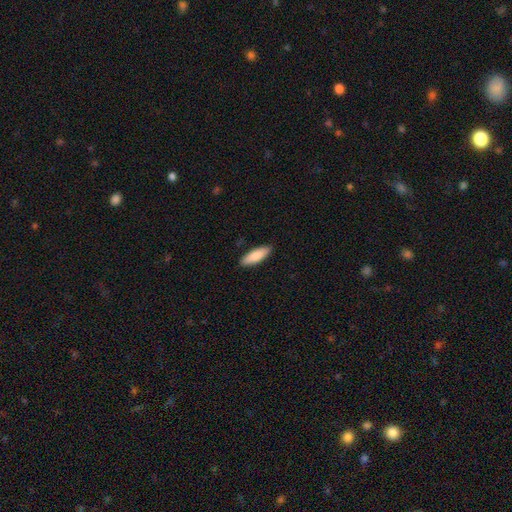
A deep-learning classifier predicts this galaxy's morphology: A smooth galaxy with no disk features (86%) that is in between round and cigar-shaped (55%).

Vote fractions:
- Smooth or featured? smooth: 86% / featured or disk: 9% / star or artifact: 5%
- How rounded? in between: 55% / cigar-shaped: 44% / round: 2%
- Merging? none: 89% / minor disturbance: 8% / major disturbance: 2% / merger: 1%